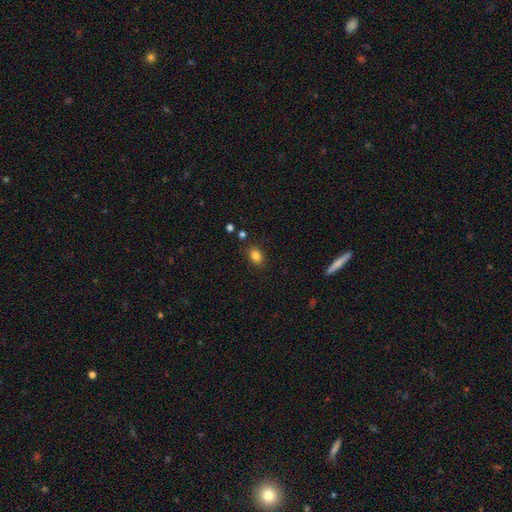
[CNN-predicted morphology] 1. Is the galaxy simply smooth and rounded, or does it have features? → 84% smooth, 11% star or artifact, 6% featured or disk.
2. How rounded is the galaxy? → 71% in between, 27% round, 1% cigar-shaped.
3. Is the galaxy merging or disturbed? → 83% none, 11% minor disturbance, 3% major disturbance, 3% merger.